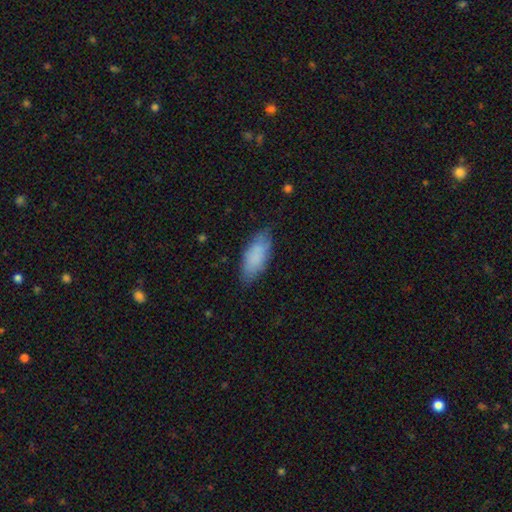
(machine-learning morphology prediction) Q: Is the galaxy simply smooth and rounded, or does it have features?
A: smooth — 84%.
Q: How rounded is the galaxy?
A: in between — 82%.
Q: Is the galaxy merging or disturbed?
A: none — 76%.